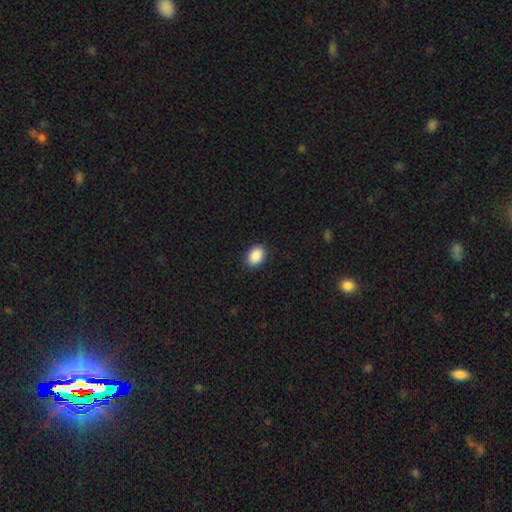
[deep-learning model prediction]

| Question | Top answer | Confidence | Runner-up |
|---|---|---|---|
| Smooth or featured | smooth | 90% | star or artifact (7%) |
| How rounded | in between | 75% | round (24%) |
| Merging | none | 90% | minor disturbance (7%) |